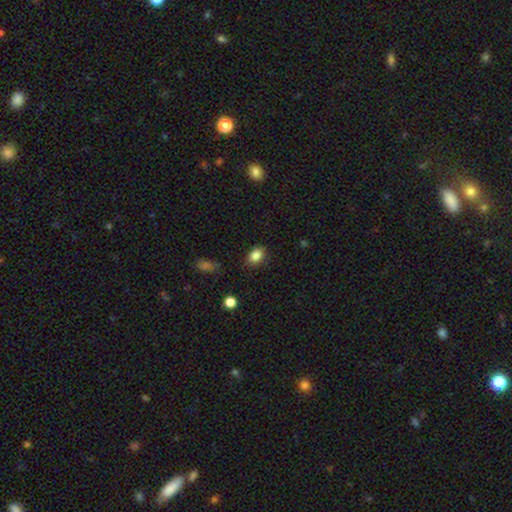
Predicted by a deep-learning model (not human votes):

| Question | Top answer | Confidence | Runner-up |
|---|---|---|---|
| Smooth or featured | smooth | 85% | star or artifact (10%) |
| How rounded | in between | 76% | round (23%) |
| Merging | none | 84% | minor disturbance (12%) |